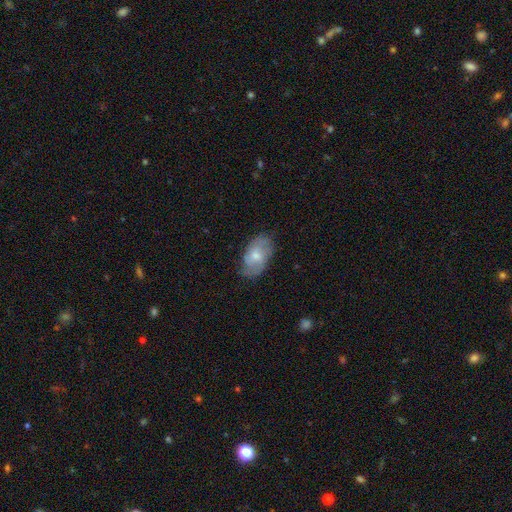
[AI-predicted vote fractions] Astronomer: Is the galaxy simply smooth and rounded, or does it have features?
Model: smooth — 48% (runner-up: featured or disk, 46%).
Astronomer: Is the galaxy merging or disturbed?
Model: none — 68%.